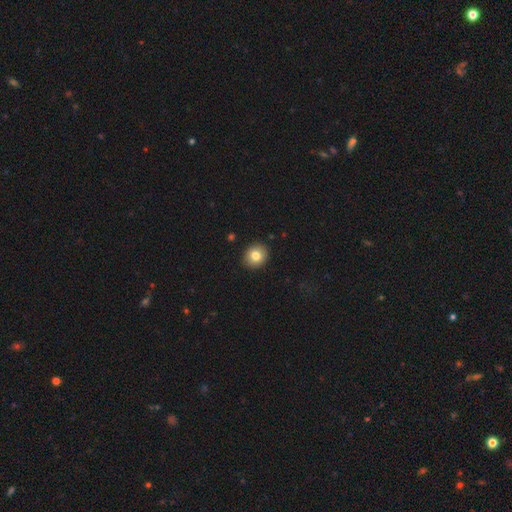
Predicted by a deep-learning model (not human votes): Morphology: type=smooth (81%); roundness=round (75%); merging=none (91%).